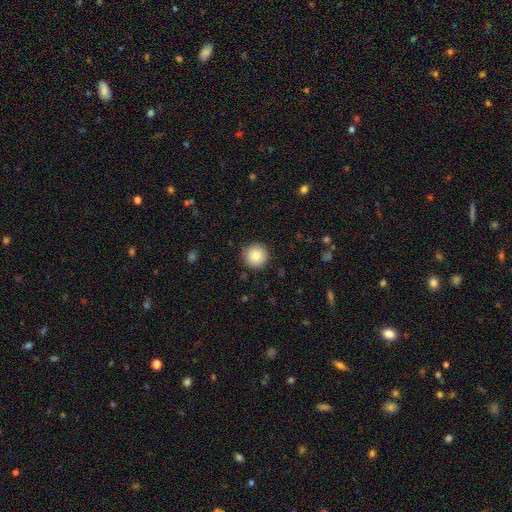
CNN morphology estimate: The model was most divided on "smooth or featured": smooth: 83%, star or artifact: 9%, featured or disk: 8%. More confident: how rounded — round (96%); merging — none (88%).